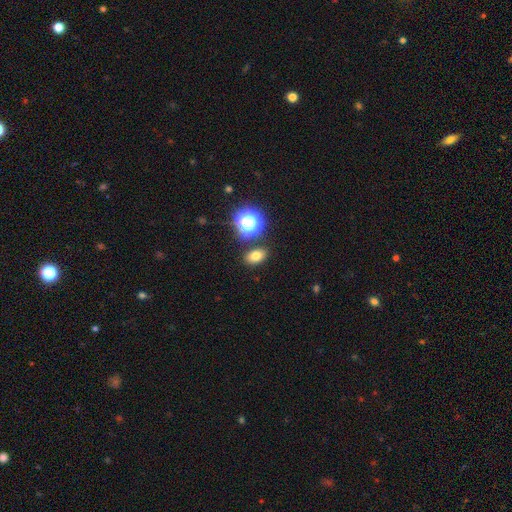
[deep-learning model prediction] This appears to be a smooth galaxy with no disk features (73%) that is in between round and cigar-shaped (75%). Merging: none (83%).